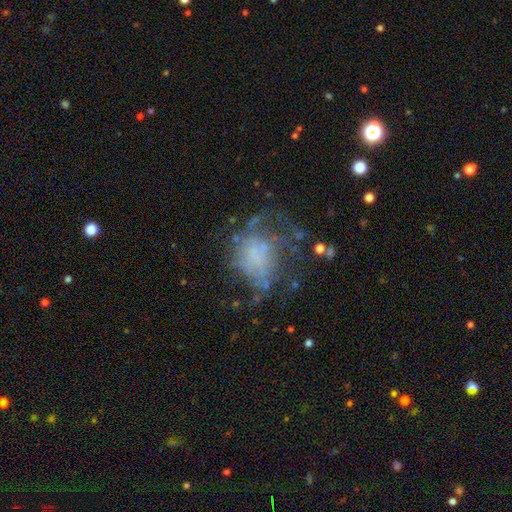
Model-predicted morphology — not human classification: Q: Smooth or featured?
A: featured or disk (54%); runner-up: smooth (30%)
Q: Edge-on disk?
A: no (97%); runner-up: yes (3%)
Q: Bar?
A: no (85%); runner-up: weak (12%)
Q: Spiral arms?
A: no (55%); runner-up: yes (45%)
Q: Bulge size?
A: none (64%); runner-up: small (15%)
Q: Merging?
A: none (40%); runner-up: major disturbance (35%)